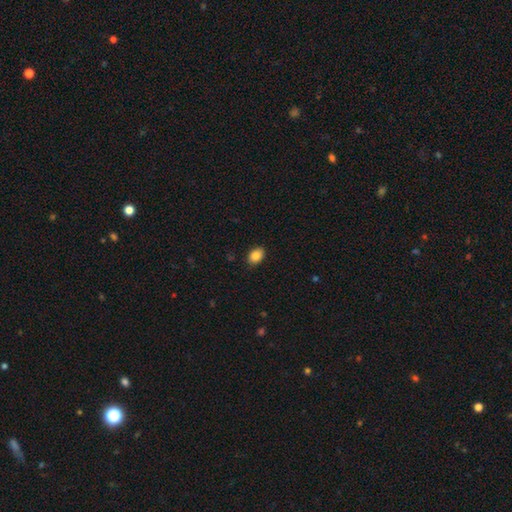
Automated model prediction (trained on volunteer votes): Smooth or featured: smooth — 86% (star or artifact — 8%)
How rounded: in between — 78% (round — 21%)
Merging: none — 88% (minor disturbance — 10%)